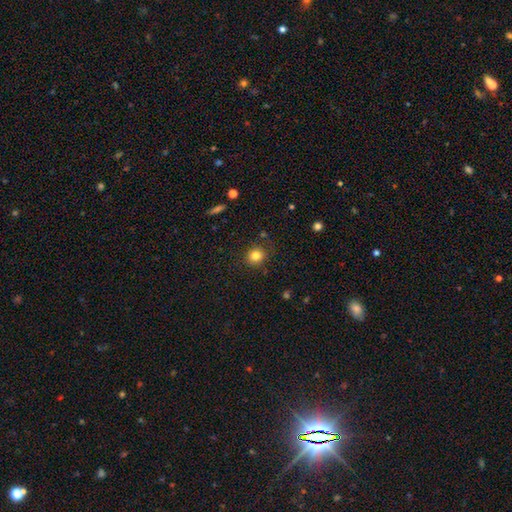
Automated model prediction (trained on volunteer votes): smooth-or-featured: smooth: 82% | star or artifact: 12% | featured or disk: 6%
  how-rounded: round: 81% | in between: 18% | cigar-shaped: 1%
  merging: none: 84% | minor disturbance: 11% | major disturbance: 3% | merger: 2%